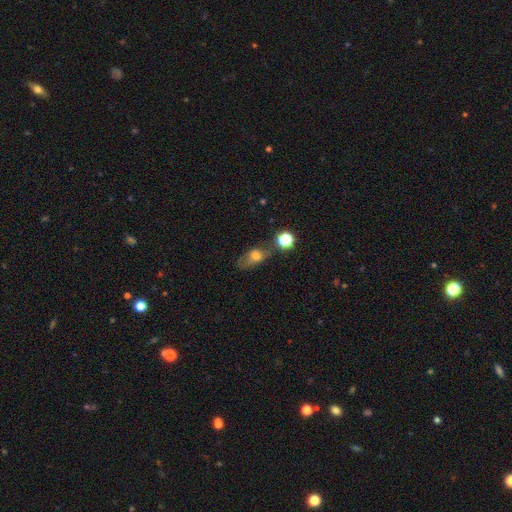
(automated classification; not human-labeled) A smooth galaxy with no disk features (59%) that is in between round and cigar-shaped (74%). Merging: none (47%).